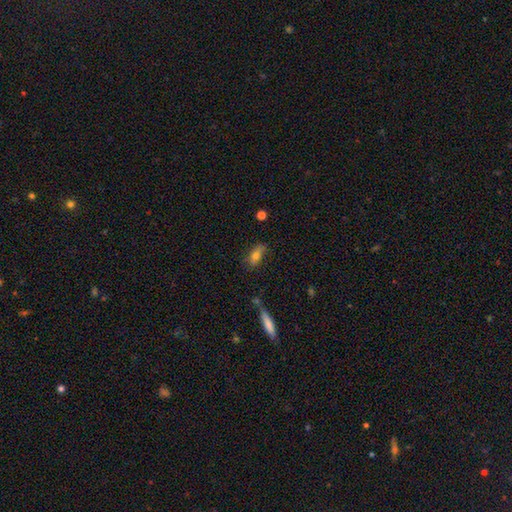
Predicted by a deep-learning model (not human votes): Smooth or featured?
  - smooth: 67% *
  - featured or disk: 23%
  - star or artifact: 9%
How rounded?
  - in between: 70% *
  - cigar-shaped: 24%
  - round: 6%
Merging?
  - none: 59% *
  - minor disturbance: 26%
  - major disturbance: 9%
  - merger: 6%